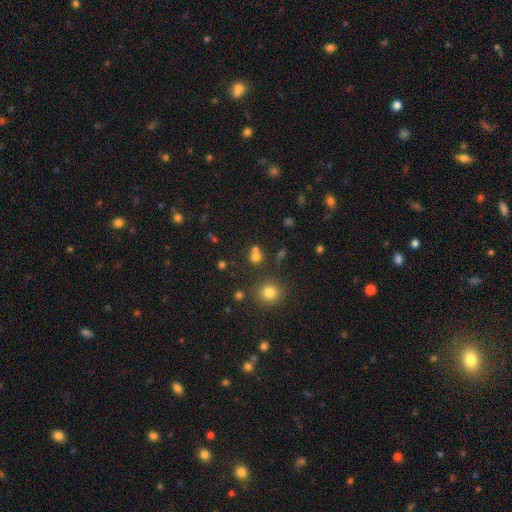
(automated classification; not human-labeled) smooth 70%, star or artifact 20%, featured or disk 10%. Down the decision tree: how rounded — round (82%); merging — none (53%).